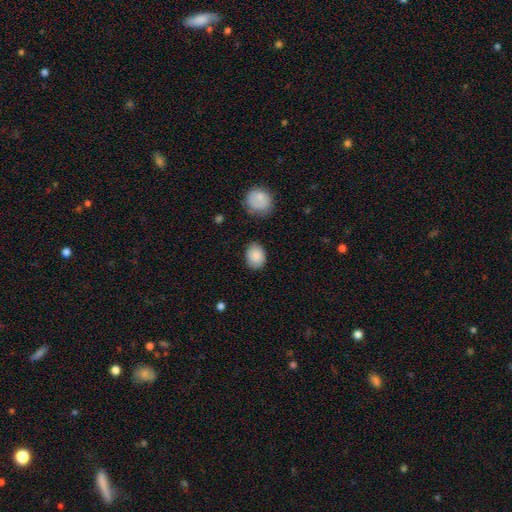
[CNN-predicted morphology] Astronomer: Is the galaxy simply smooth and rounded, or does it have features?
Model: smooth — 88%.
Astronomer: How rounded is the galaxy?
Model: in between — 64%.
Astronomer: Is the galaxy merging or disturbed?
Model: none — 79%.